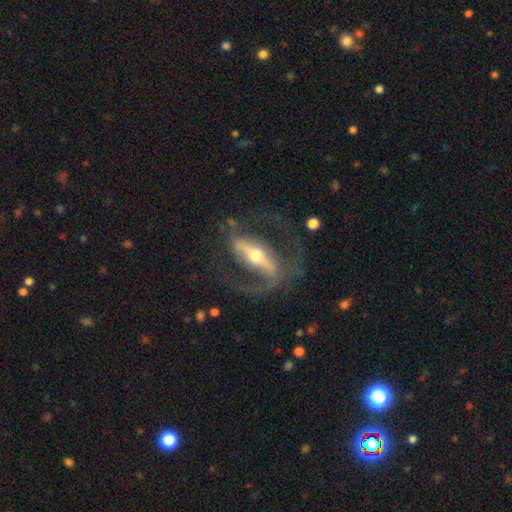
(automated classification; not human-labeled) Smooth or featured?
  - featured or disk: 88% *
  - smooth: 8%
  - star or artifact: 5%
Edge-on disk?
  - no: 84% *
  - yes: 16%
Bar?
  - strong: 75% *
  - weak: 16%
  - no: 9%
Spiral arms?
  - yes: 82% *
  - no: 18%
Spiral winding?
  - medium: 50% *
  - loose: 30%
  - tight: 19%
Spiral arm count?
  - 2: 83% *
  - 1: 9%
  - can't tell: 5%
  - 3: 1%
  - 4: 1%
  - more than 4: 1%
Bulge size?
  - moderate: 64% *
  - small: 27%
  - large: 6%
  - dominant: 1%
  - none: 1%
Merging?
  - none: 66% *
  - major disturbance: 19%
  - minor disturbance: 13%
  - merger: 2%